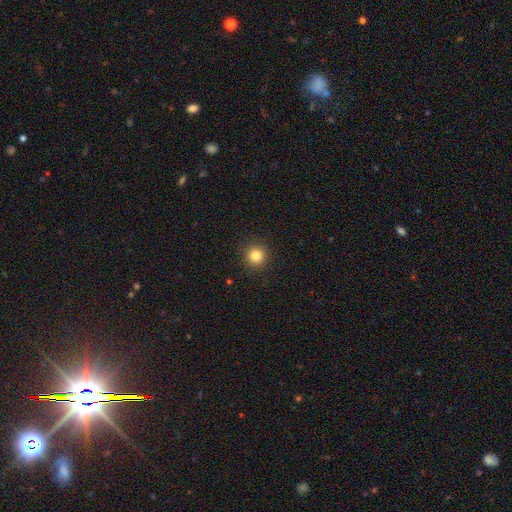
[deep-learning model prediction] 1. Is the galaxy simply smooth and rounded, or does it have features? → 84% smooth, 12% star or artifact, 5% featured or disk.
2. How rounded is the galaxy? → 95% round, 4% in between, 1% cigar-shaped.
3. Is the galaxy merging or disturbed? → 92% none, 5% minor disturbance, 2% major disturbance, 1% merger.